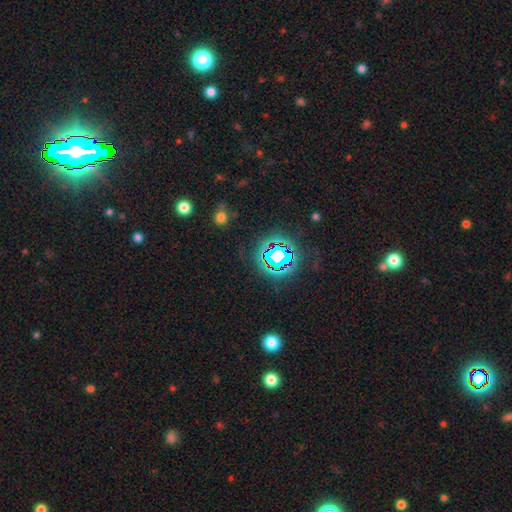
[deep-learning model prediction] A star or artifact, not a galaxy (75%).

Vote fractions:
- Smooth or featured? star or artifact: 75% / smooth: 16% / featured or disk: 9%